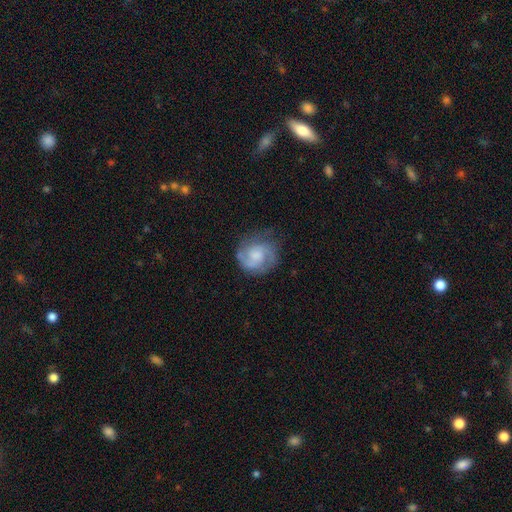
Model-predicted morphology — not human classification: Q: Smooth or featured?
A: featured or disk (73%); runner-up: smooth (21%)
Q: Edge-on disk?
A: no (98%); runner-up: yes (2%)
Q: Bar?
A: no (58%); runner-up: weak (37%)
Q: Spiral arms?
A: yes (94%); runner-up: no (6%)
Q: Spiral winding?
A: medium (45%); runner-up: tight (40%)
Q: Spiral arm count?
A: 2 (69%); runner-up: can't tell (13%)
Q: Bulge size?
A: moderate (35%); runner-up: small (29%)
Q: Merging?
A: none (70%); runner-up: minor disturbance (19%)